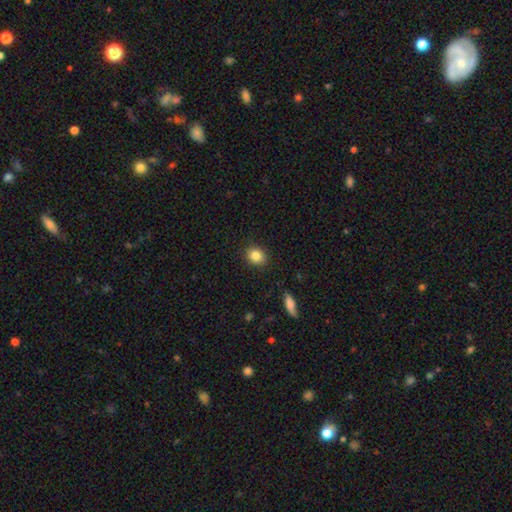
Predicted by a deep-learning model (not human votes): Smooth or featured: smooth — 84% (star or artifact — 10%)
How rounded: round — 66% (in between — 33%)
Merging: none — 89% (minor disturbance — 8%)